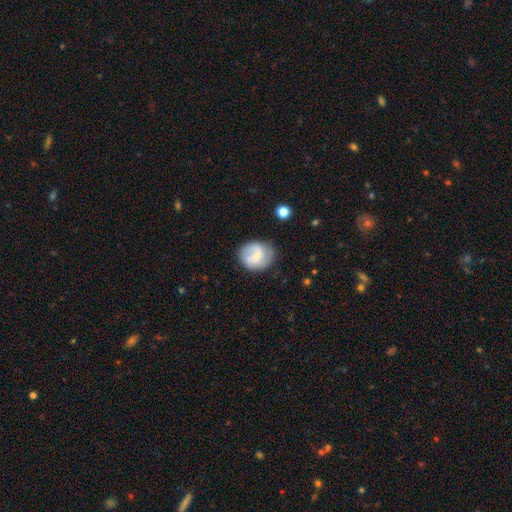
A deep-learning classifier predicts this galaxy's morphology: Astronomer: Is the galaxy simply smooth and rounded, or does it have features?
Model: smooth — 48% (runner-up: featured or disk, 45%).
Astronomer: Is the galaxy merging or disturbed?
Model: none — 70%.